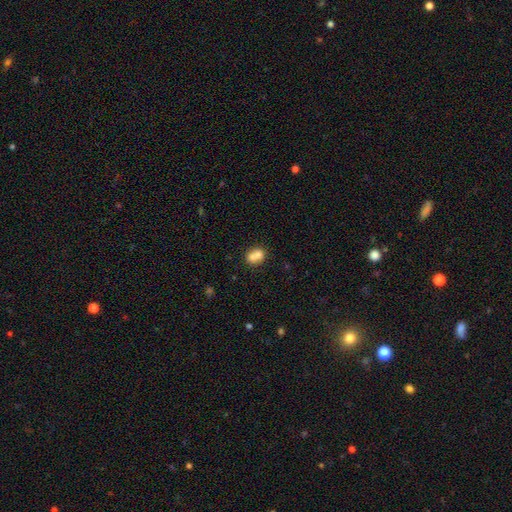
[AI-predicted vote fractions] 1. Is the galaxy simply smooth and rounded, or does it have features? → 71% smooth, 20% featured or disk, 10% star or artifact.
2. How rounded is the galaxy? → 65% round, 34% in between, 1% cigar-shaped.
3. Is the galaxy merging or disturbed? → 65% merger, 26% none, 6% minor disturbance, 3% major disturbance.